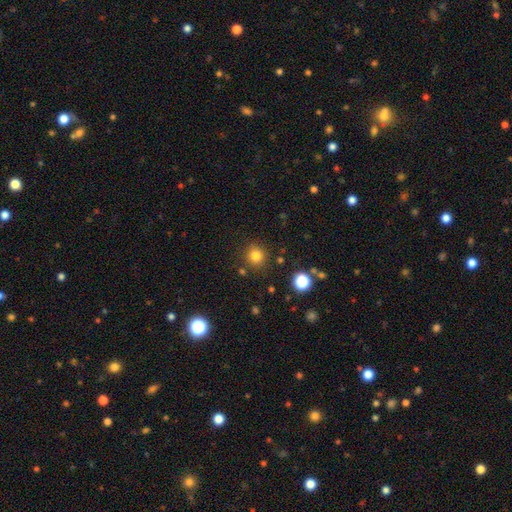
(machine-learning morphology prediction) Overall: smooth (80%). How rounded: round (91%). Merging: none (86%).